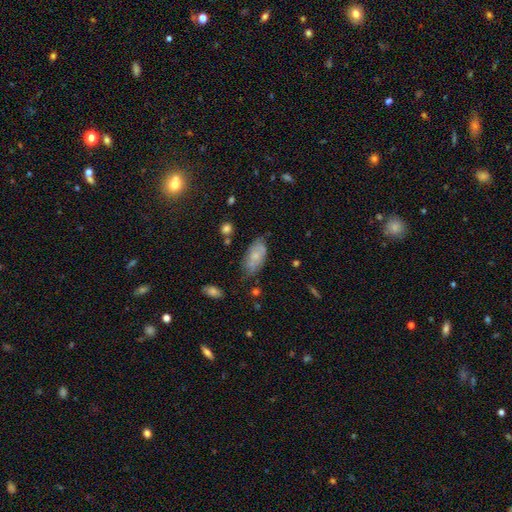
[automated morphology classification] type=smooth (63%); roundness=in between (92%); merging=none (62%).